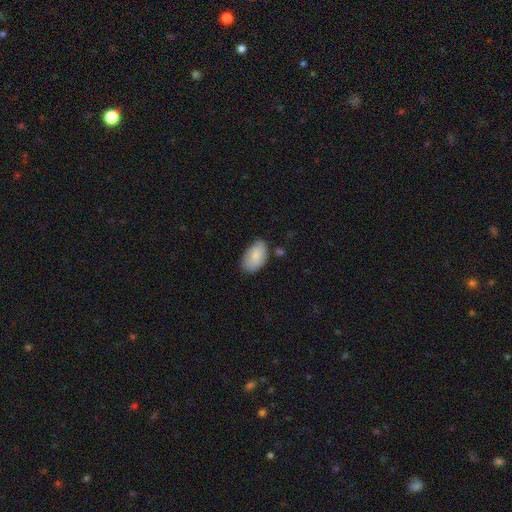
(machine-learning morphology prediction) type=smooth (78%); roundness=in between (93%); merging=none (66%).